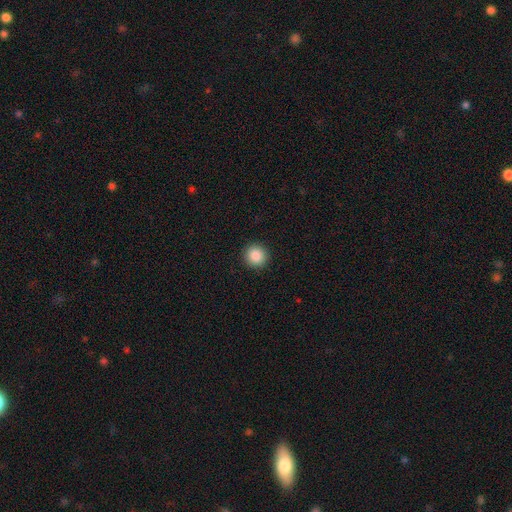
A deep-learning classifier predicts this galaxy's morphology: Q: Smooth or featured?
A: smooth (87%); runner-up: star or artifact (9%)
Q: How rounded?
A: round (95%); runner-up: in between (4%)
Q: Merging?
A: none (93%); runner-up: minor disturbance (4%)